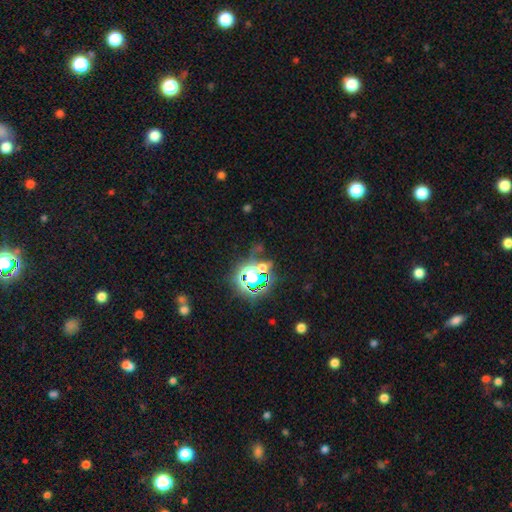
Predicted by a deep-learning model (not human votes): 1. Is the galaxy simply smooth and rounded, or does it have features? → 78% star or artifact, 14% smooth, 7% featured or disk.